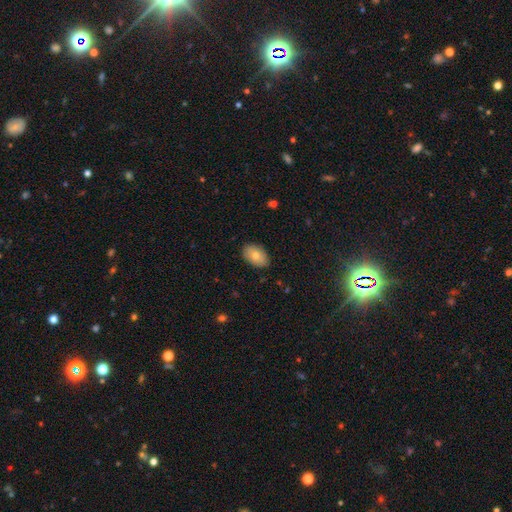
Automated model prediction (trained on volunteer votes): Overall: smooth (76%). How rounded: in between (90%). Merging: none (86%).